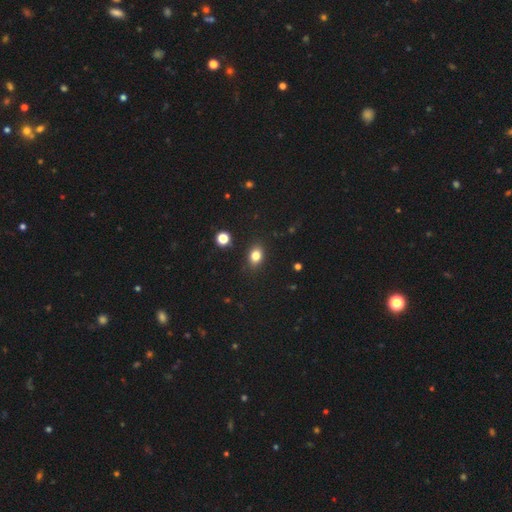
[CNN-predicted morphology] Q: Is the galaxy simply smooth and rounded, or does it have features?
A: smooth — 81%.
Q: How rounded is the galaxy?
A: in between — 65%.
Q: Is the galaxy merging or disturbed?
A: none — 87%.